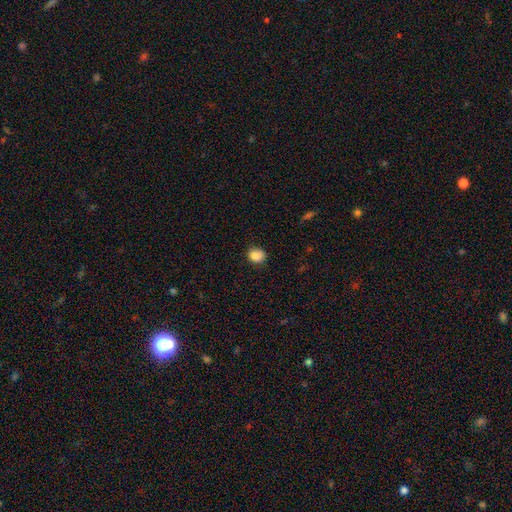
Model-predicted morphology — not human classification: smooth 86%, star or artifact 9%, featured or disk 5%. Down the decision tree: how rounded — round (63%); merging — none (76%).